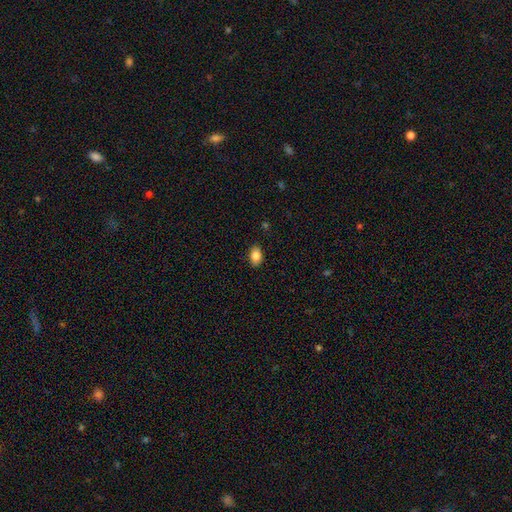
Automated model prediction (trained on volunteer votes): smooth_or_featured: smooth (p=0.86) [alt: star or artifact p=0.08]
how_rounded: in between (p=0.88) [alt: round p=0.11]
merging: none (p=0.87) [alt: minor disturbance p=0.09]